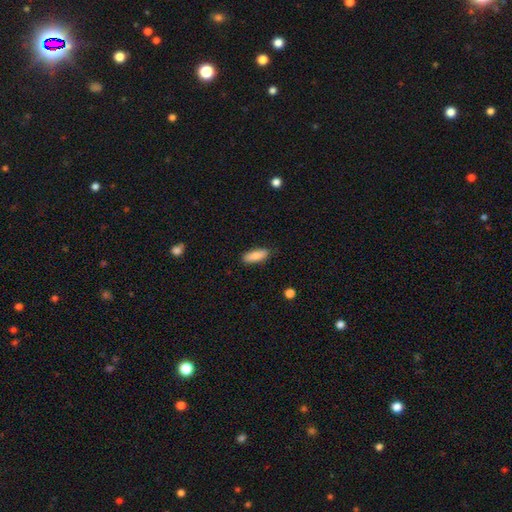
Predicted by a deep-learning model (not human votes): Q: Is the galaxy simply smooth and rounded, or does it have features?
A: smooth — 86%.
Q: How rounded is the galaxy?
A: in between — 65%.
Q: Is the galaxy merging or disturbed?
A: none — 87%.